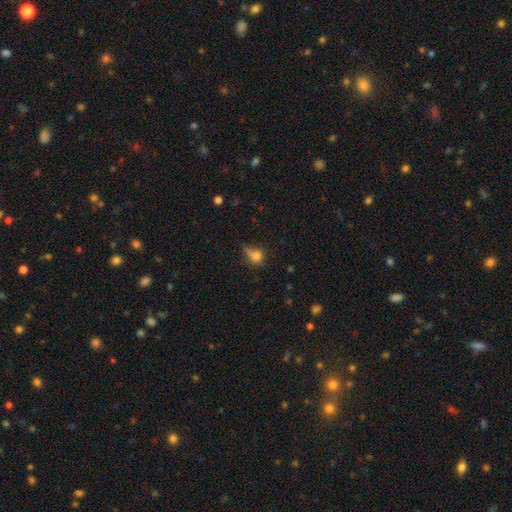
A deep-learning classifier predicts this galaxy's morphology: Q: Smooth or featured?
A: smooth (71%); runner-up: star or artifact (15%)
Q: How rounded?
A: round (53%); runner-up: in between (41%)
Q: Merging?
A: none (39%); runner-up: minor disturbance (30%)